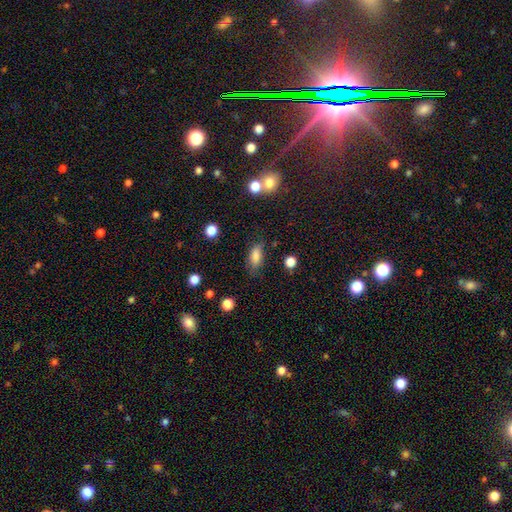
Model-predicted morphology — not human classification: This appears to be a smooth galaxy with no disk features (83%) that is in between round and cigar-shaped (82%). Merging: none (73%).